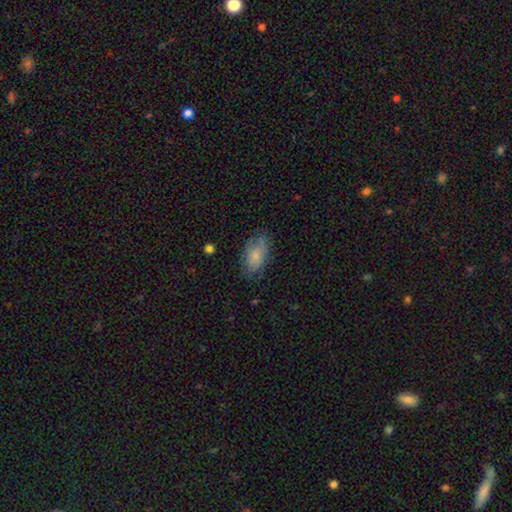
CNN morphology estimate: Q: Smooth or featured?
A: smooth (76%); runner-up: featured or disk (17%)
Q: How rounded?
A: in between (92%); runner-up: round (5%)
Q: Merging?
A: none (70%); runner-up: minor disturbance (22%)